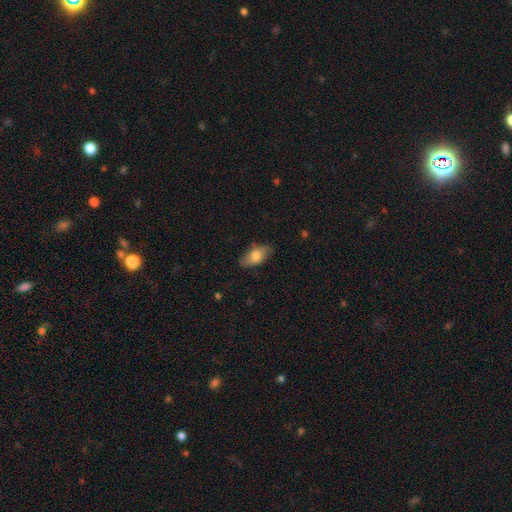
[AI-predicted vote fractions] Smooth or featured: smooth — 72% (featured or disk — 21%)
How rounded: in between — 89% (cigar-shaped — 6%)
Merging: none — 77% (minor disturbance — 18%)